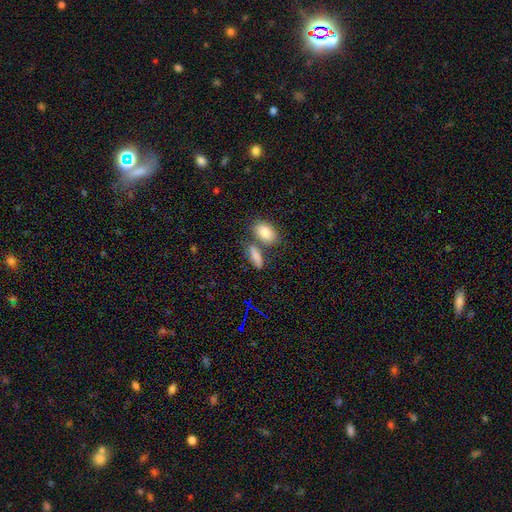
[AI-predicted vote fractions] smooth-or-featured: smooth: 80% | featured or disk: 10% | star or artifact: 10%
  how-rounded: in between: 74% | cigar-shaped: 19% | round: 7%
  merging: none: 56% | merger: 27% | minor disturbance: 12% | major disturbance: 5%